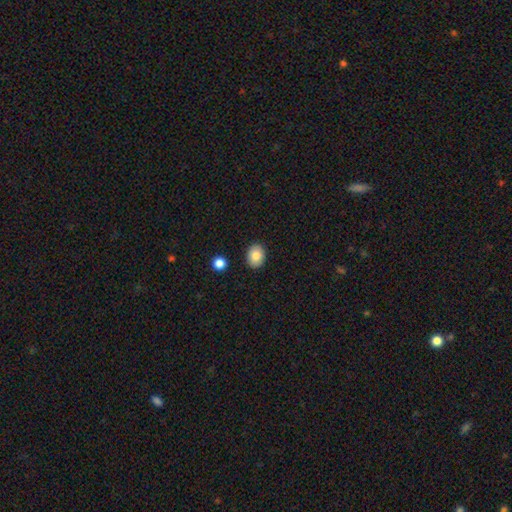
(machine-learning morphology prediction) Smooth or featured? smooth (85%)
How rounded? in between (58%)
Merging? none (89%)